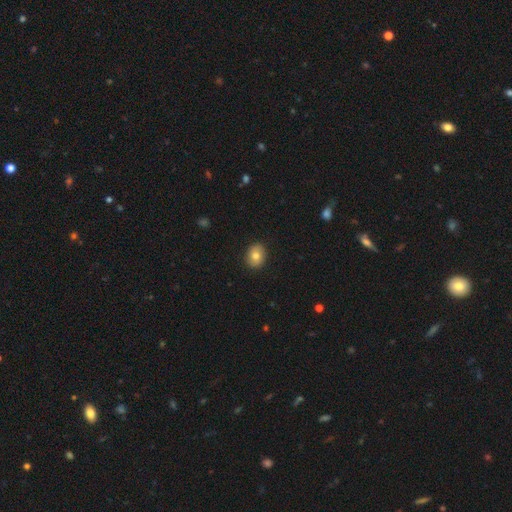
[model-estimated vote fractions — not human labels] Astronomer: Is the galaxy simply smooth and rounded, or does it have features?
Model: smooth — 78%.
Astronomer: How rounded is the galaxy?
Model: in between — 51% (runner-up: round, 48%).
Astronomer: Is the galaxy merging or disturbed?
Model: none — 89%.